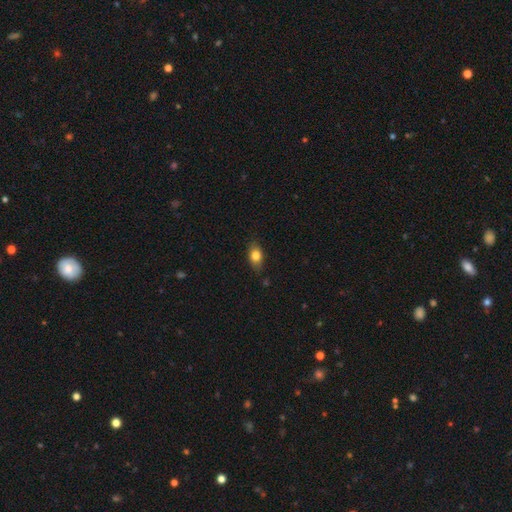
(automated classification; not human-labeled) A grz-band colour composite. It shows a smooth galaxy with no disk features (80%) that is in between round and cigar-shaped (79%). Merging: none (79%).